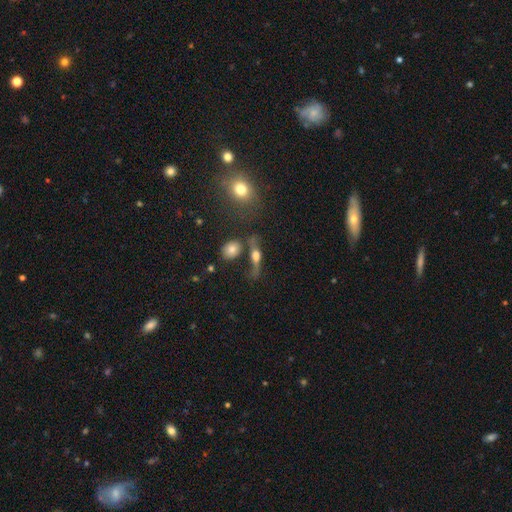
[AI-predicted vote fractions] Q: Smooth or featured?
A: featured or disk (52%); runner-up: smooth (36%)
Q: Edge-on disk?
A: yes (63%); runner-up: no (37%)
Q: Merging?
A: none (49%); runner-up: minor disturbance (18%)